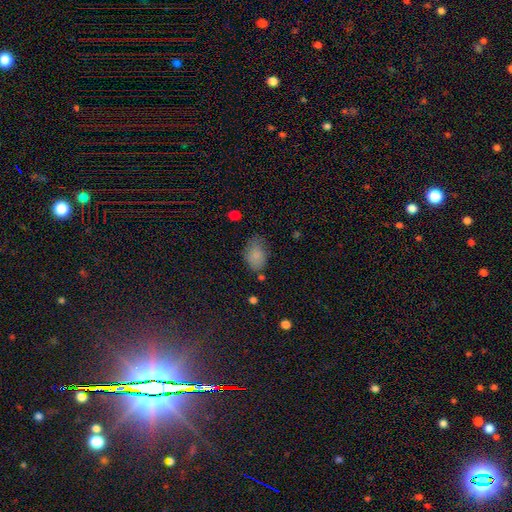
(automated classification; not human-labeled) Smooth or featured?
  - smooth: 83% *
  - star or artifact: 10%
  - featured or disk: 7%
How rounded?
  - in between: 86% *
  - round: 13%
  - cigar-shaped: 1%
Merging?
  - none: 54% *
  - minor disturbance: 31%
  - major disturbance: 11%
  - merger: 3%